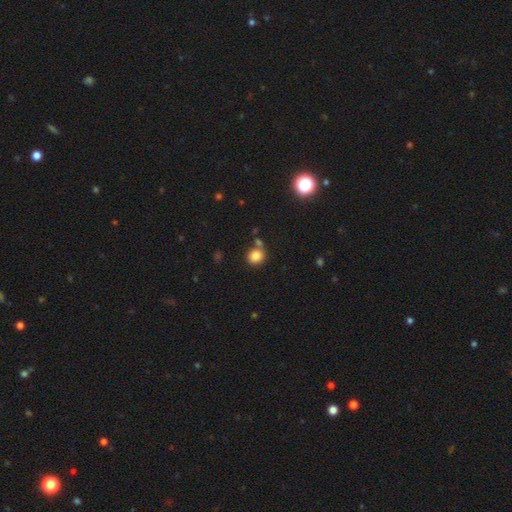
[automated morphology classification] Smooth or featured: smooth — 83% (star or artifact — 11%)
How rounded: round — 84% (in between — 16%)
Merging: none — 71% (merger — 15%)